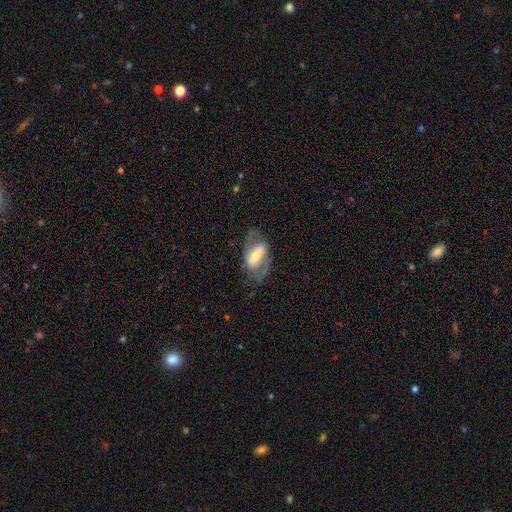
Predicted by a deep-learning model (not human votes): Q: Smooth or featured?
A: featured or disk (76%); runner-up: smooth (17%)
Q: Edge-on disk?
A: no (94%); runner-up: yes (6%)
Q: Bar?
A: strong (54%); runner-up: weak (30%)
Q: Spiral arms?
A: yes (84%); runner-up: no (16%)
Q: Spiral winding?
A: medium (52%); runner-up: loose (29%)
Q: Spiral arm count?
A: 2 (87%); runner-up: can't tell (7%)
Q: Bulge size?
A: small (42%); runner-up: moderate (37%)
Q: Merging?
A: none (66%); runner-up: minor disturbance (17%)